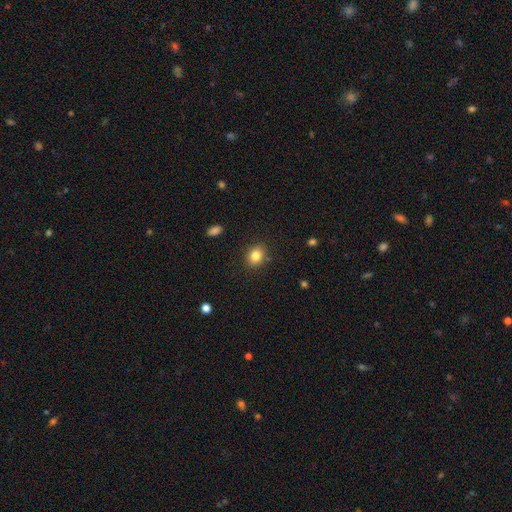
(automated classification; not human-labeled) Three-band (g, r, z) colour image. It shows a smooth galaxy with no disk features (83%) that is in between round and cigar-shaped (52%). Merging: none (86%).